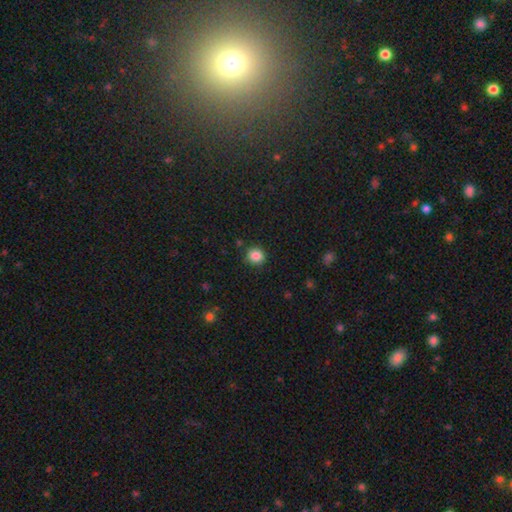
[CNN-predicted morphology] Smooth or featured: smooth — 86% (star or artifact — 10%)
How rounded: round — 84% (in between — 15%)
Merging: none — 87% (minor disturbance — 8%)